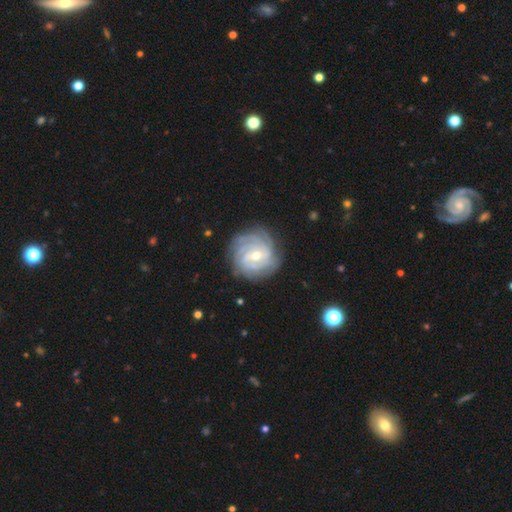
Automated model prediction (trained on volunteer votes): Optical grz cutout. It shows a featured or disk galaxy (87%) with a weak bar (50%), tight (78%) spiral arms (97%) and a moderate central bulge (51%). Merging: none (82%).